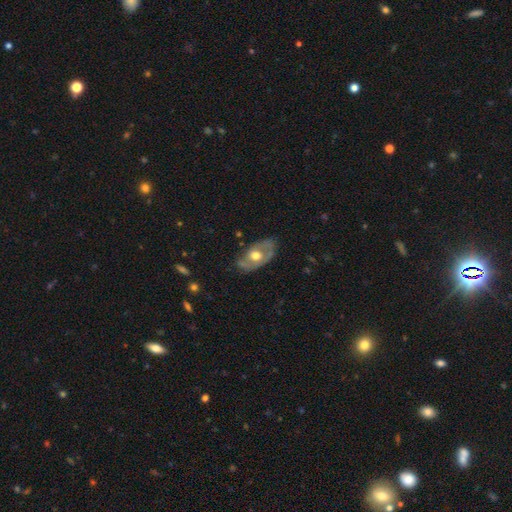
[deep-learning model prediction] featured or disk 57%, smooth 38%, star or artifact 5%. Down the decision tree: edge-on disk — no (89%); bar — no (84%); spiral arms — no (69%); bulge size — moderate (70%); merging — none (68%).